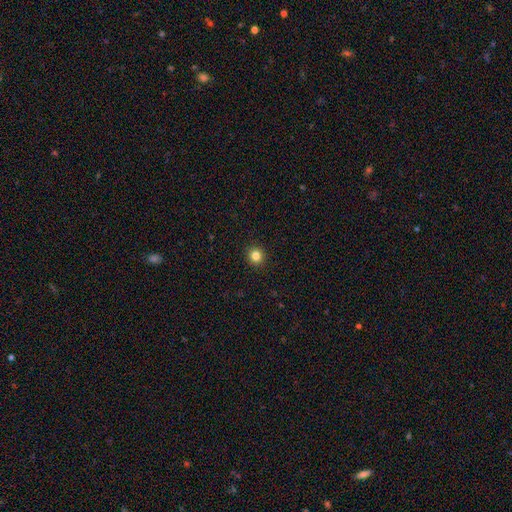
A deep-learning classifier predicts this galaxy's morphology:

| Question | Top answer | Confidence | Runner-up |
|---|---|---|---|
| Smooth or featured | smooth | 83% | star or artifact (12%) |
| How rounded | round | 92% | in between (7%) |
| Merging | none | 93% | minor disturbance (4%) |